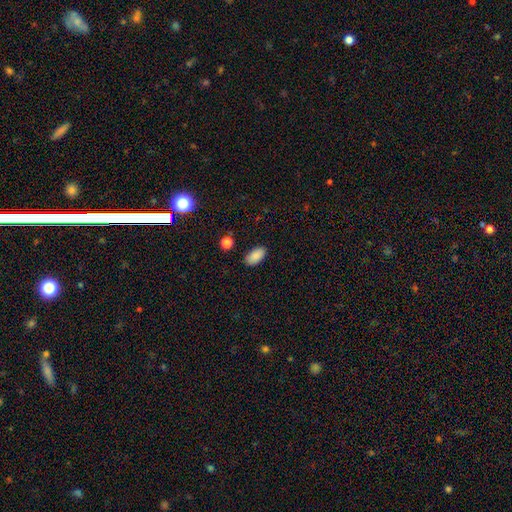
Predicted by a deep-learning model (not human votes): A smooth galaxy with no disk features (88%) that is in between round and cigar-shaped (94%).

Vote fractions:
- Smooth or featured? smooth: 88% / star or artifact: 8% / featured or disk: 4%
- How rounded? in between: 94% / round: 3% / cigar-shaped: 2%
- Merging? none: 87% / minor disturbance: 9% / major disturbance: 2% / merger: 2%